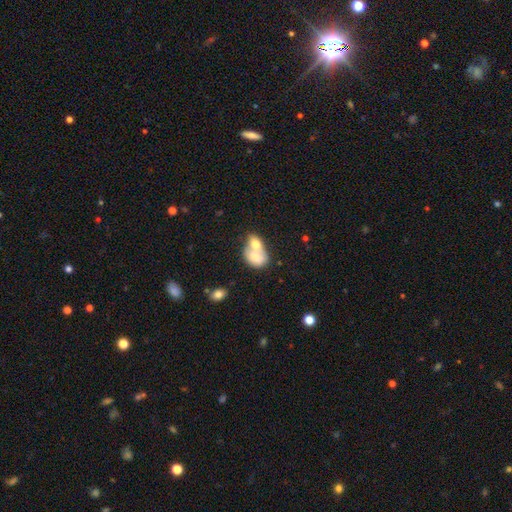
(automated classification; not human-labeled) Morphology: type=smooth (68%); roundness=in between (70%); merging=merger (75%).